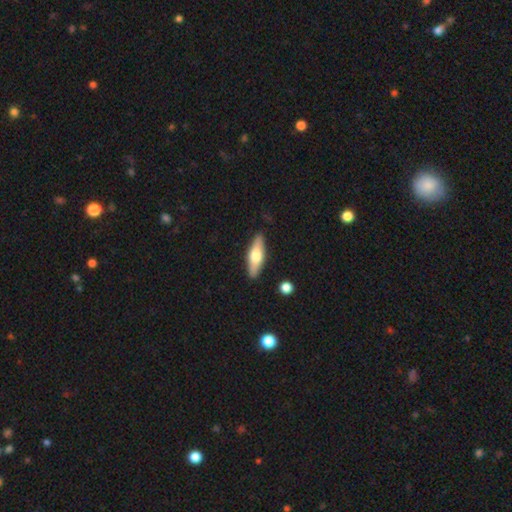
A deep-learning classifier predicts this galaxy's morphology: This is possibly a smooth galaxy (53%). How rounded: possibly cigar-shaped (50%). Merging: clearly none (88%).